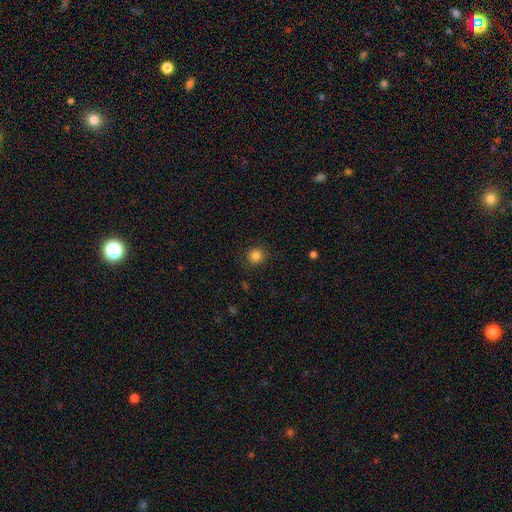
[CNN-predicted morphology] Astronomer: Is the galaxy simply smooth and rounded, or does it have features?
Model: smooth — 84%.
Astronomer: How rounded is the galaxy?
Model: round — 90%.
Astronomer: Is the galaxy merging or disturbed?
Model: none — 87%.